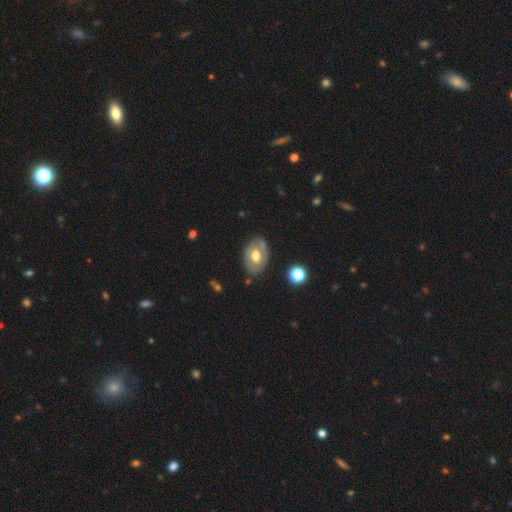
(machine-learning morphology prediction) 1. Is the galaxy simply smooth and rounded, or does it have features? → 53% featured or disk, 41% smooth, 6% star or artifact.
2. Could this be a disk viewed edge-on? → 92% no, 8% yes.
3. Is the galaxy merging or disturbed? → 75% none, 17% minor disturbance, 5% major disturbance, 3% merger.